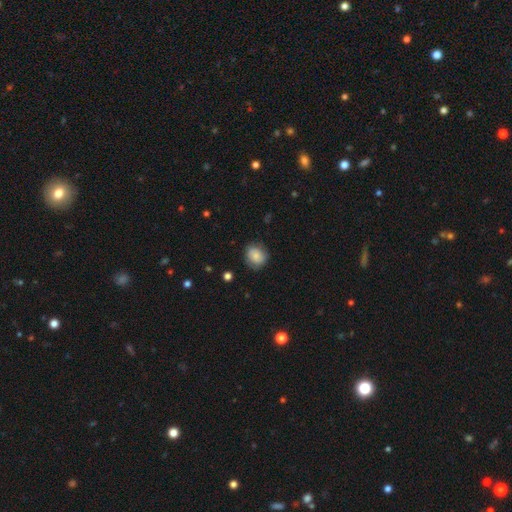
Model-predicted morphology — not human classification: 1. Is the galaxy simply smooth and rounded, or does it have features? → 75% smooth, 16% featured or disk, 8% star or artifact.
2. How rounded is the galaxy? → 68% round, 31% in between, 1% cigar-shaped.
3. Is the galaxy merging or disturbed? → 76% none, 18% minor disturbance, 5% major disturbance, 1% merger.